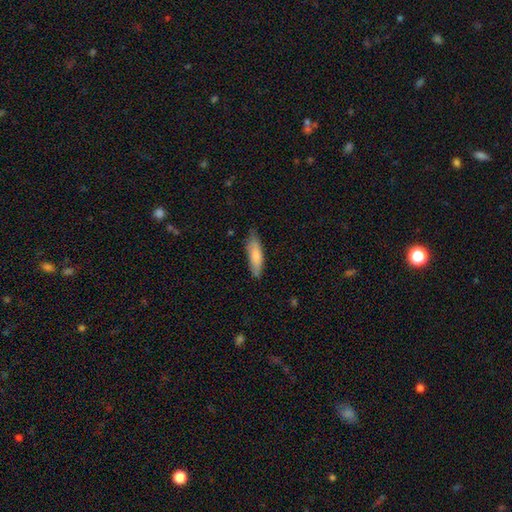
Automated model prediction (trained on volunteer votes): smooth_or_featured: smooth (p=0.80) [alt: featured or disk p=0.15]
how_rounded: cigar-shaped (p=0.61) [alt: in between p=0.38]
merging: none (p=0.76) [alt: minor disturbance p=0.20]